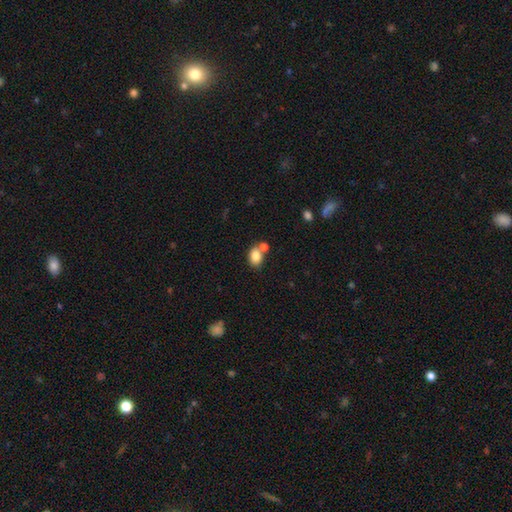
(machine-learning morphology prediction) smooth-or-featured: smooth: 83% | star or artifact: 10% | featured or disk: 8%
  how-rounded: in between: 70% | round: 29% | cigar-shaped: 1%
  merging: none: 57% | merger: 27% | minor disturbance: 12% | major disturbance: 4%